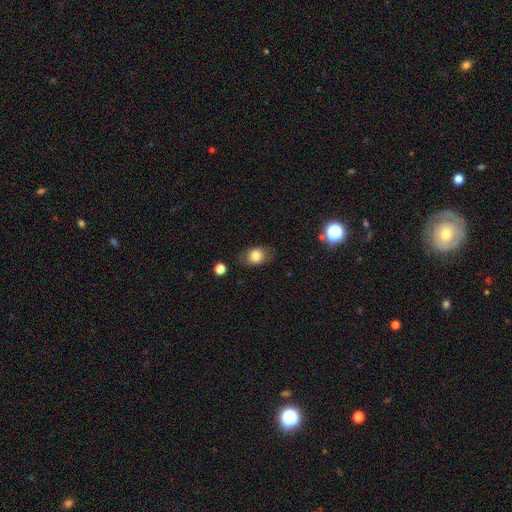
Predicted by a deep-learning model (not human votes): Smooth or featured? Predicted: smooth (p=0.80). How rounded? Predicted: in between (p=0.55). Merging? Predicted: none (p=0.76).